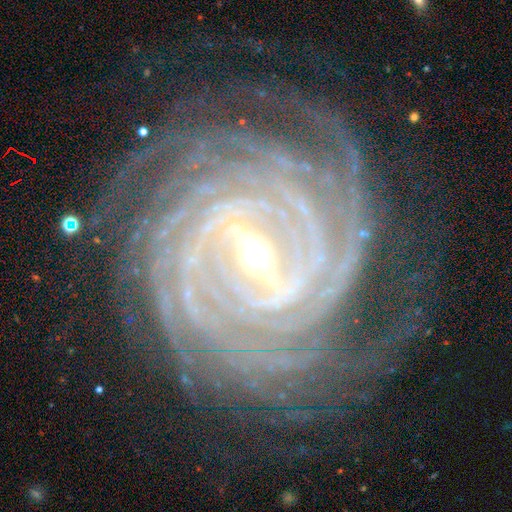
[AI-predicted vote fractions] The model was most divided on "spiral arm count": more than 4: 34%, 4: 27%, can't tell: 13%, 3: 11%, 2: 9%, 1: 8%. More confident: spiral arms — yes (99%); edge-on disk — no (97%); smooth or featured — featured or disk (93%); spiral winding — tight (89%); merging — none (81%); bar — strong (67%); bulge size — moderate (53%).